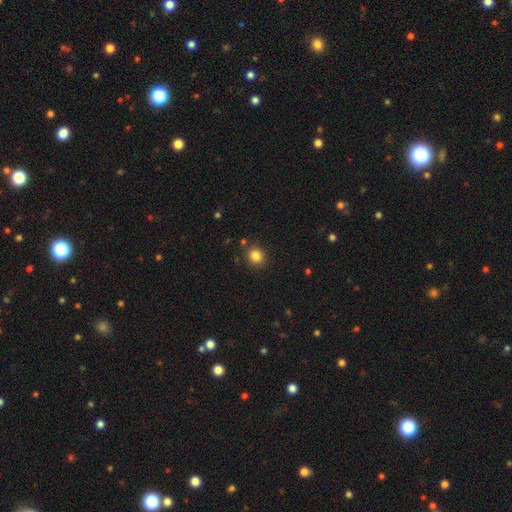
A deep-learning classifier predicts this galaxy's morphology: Smooth or featured? smooth (83%)
How rounded? round (84%)
Merging? none (87%)